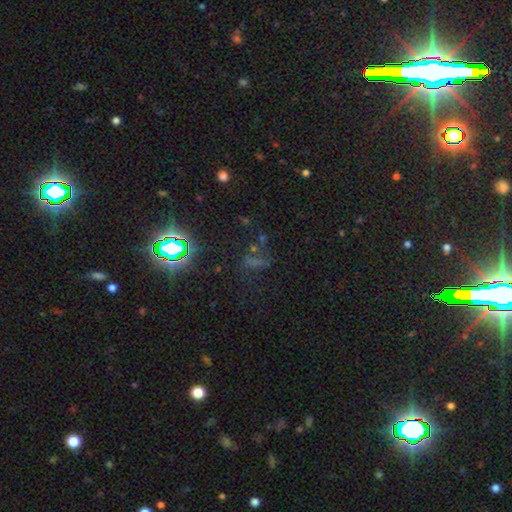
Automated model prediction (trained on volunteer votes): This is likely a star or artifact rather than a galaxy (61%).